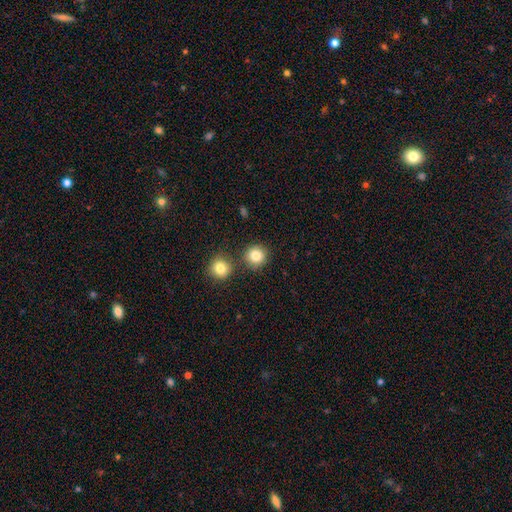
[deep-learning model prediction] smooth_or_featured: smooth (p=0.84) [alt: star or artifact p=0.10]
how_rounded: round (p=0.92) [alt: in between p=0.07]
merging: none (p=0.80) [alt: merger p=0.10]